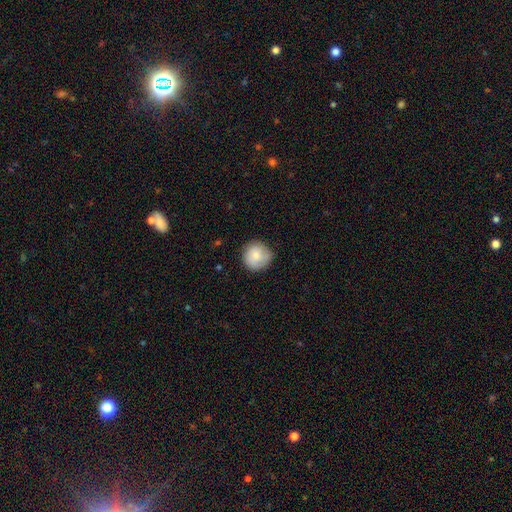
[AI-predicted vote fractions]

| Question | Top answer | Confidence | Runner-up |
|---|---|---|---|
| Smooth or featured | smooth | 78% | featured or disk (15%) |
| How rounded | round | 93% | in between (6%) |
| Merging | none | 78% | minor disturbance (17%) |